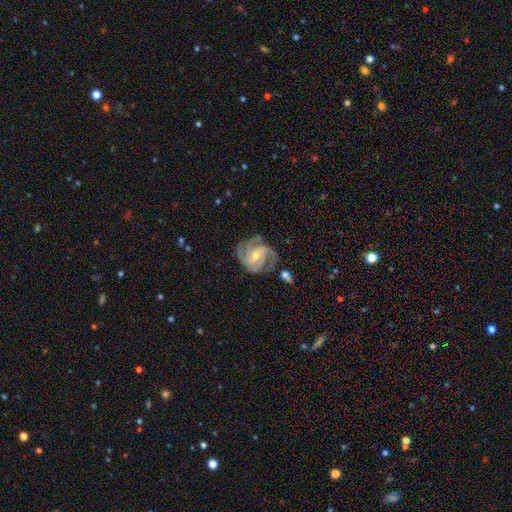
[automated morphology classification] A featured or disk galaxy (90%) with a weak bar (50%), 3 (45%) tight (53%) spiral arms (98%) and a moderate central bulge (50%).

Vote fractions:
- Smooth or featured? featured or disk: 90% / smooth: 5% / star or artifact: 5%
- Edge-on disk? no: 98% / yes: 2%
- Bar? weak: 50% / no: 30% / strong: 20%
- Spiral arms? yes: 98% / no: 2%
- Spiral winding? tight: 53% / medium: 40% / loose: 7%
- Spiral arm count? 3: 45% / 4: 29% / 2: 9% / can't tell: 9% / more than 4: 4% / 1: 4%
- Bulge size? moderate: 50% / small: 46% / large: 2% / none: 2% / dominant: 1%
- Merging? none: 71% / minor disturbance: 18% / major disturbance: 8% / merger: 3%